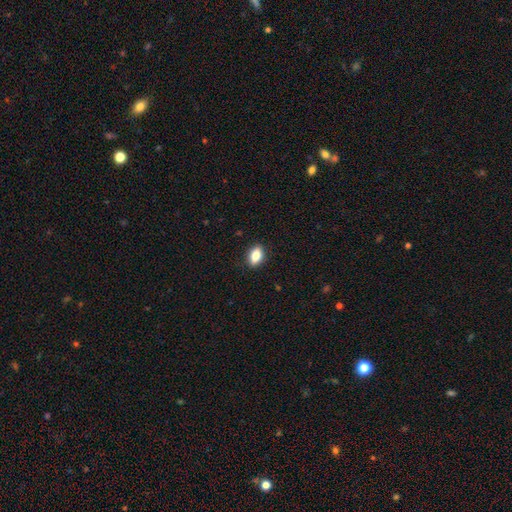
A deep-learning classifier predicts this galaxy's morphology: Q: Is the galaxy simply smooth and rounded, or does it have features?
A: smooth — 81%.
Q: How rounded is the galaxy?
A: in between — 84%.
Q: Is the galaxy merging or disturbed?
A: none — 88%.